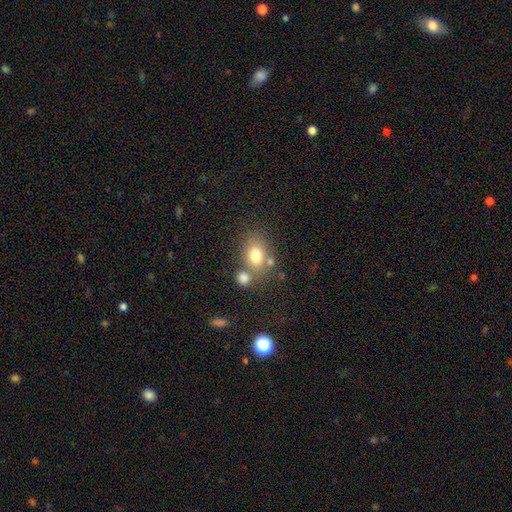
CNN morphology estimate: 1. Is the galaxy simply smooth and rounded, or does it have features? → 75% smooth, 14% featured or disk, 11% star or artifact.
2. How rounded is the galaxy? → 63% in between, 35% round, 1% cigar-shaped.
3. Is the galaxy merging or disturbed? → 56% none, 24% merger, 14% minor disturbance, 6% major disturbance.